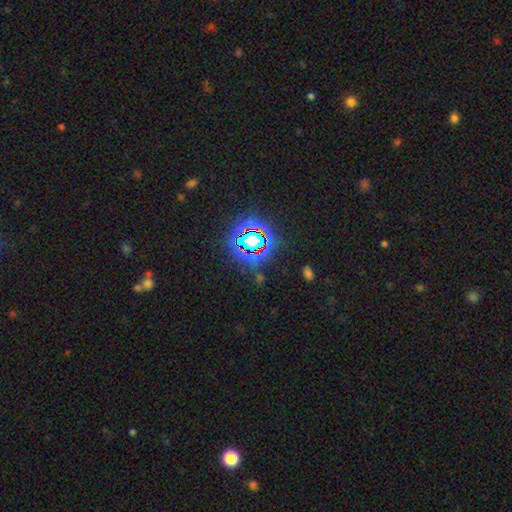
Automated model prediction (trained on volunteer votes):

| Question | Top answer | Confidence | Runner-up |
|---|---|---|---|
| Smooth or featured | star or artifact | 79% | smooth (13%) |